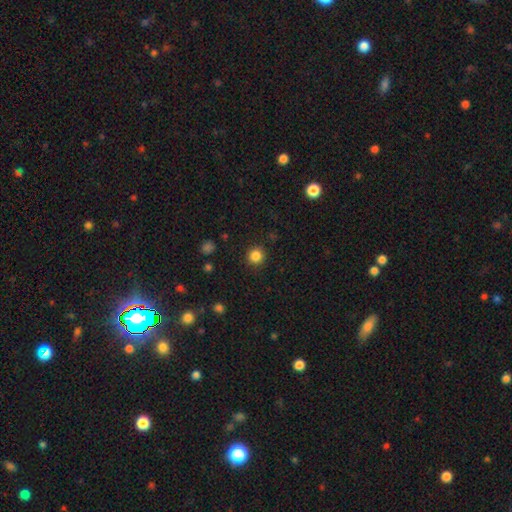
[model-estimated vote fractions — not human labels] Smooth or featured? smooth (85%)
How rounded? round (93%)
Merging? none (91%)